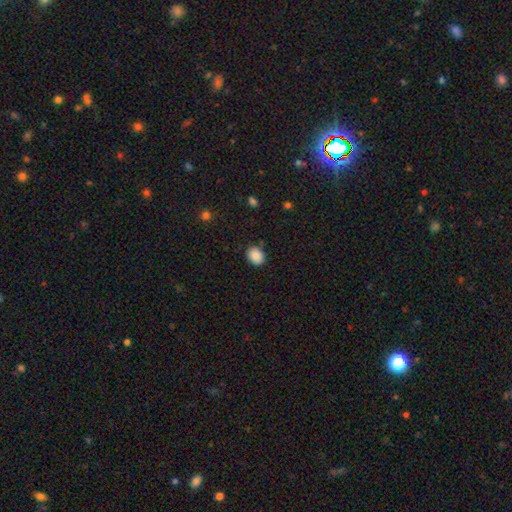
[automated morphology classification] smooth_or_featured: smooth (p=0.87) [alt: star or artifact p=0.08]
how_rounded: in between (p=0.51) [alt: round p=0.48]
merging: none (p=0.85) [alt: minor disturbance p=0.11]